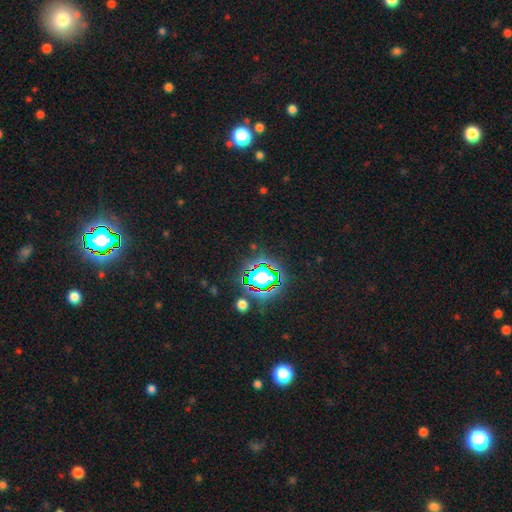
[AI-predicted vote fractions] This is clearly a star or artifact rather than a galaxy (83%).